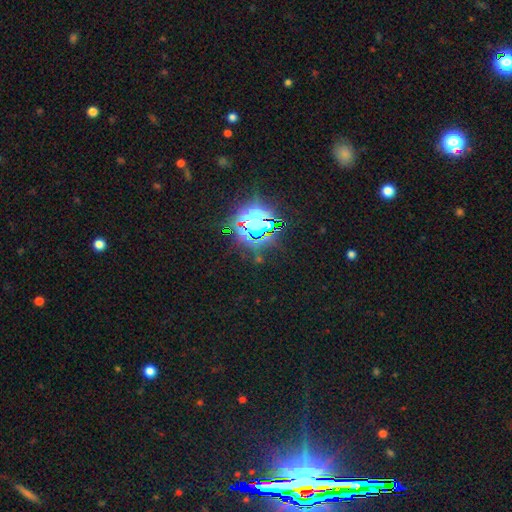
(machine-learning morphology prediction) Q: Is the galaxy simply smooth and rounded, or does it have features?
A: star or artifact — 81%.